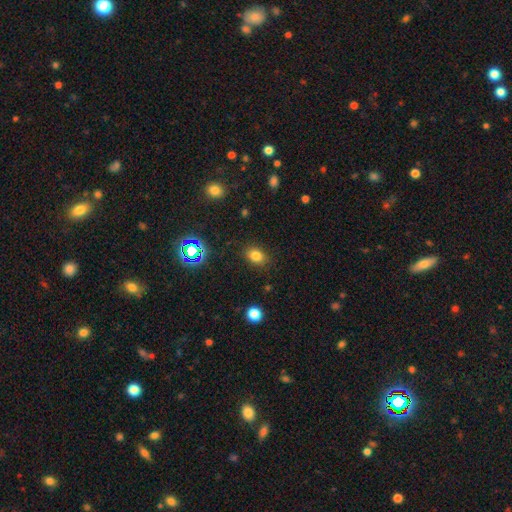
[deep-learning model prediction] This appears to be a smooth galaxy with no disk features (78%) that is in between round and cigar-shaped (66%). Merging: none (85%).